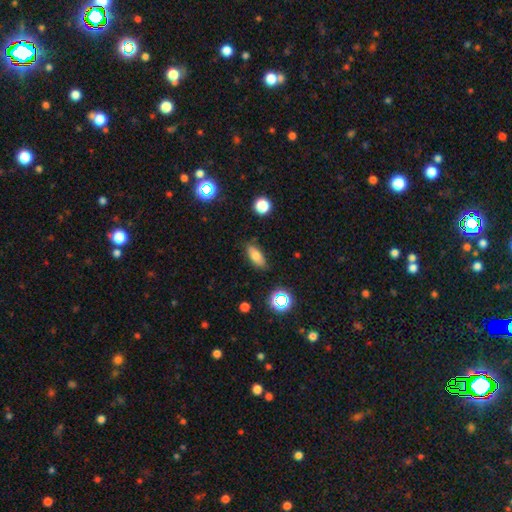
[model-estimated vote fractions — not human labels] This appears to be a smooth galaxy with no disk features (76%) that is in between round and cigar-shaped (80%). Merging: none (82%).